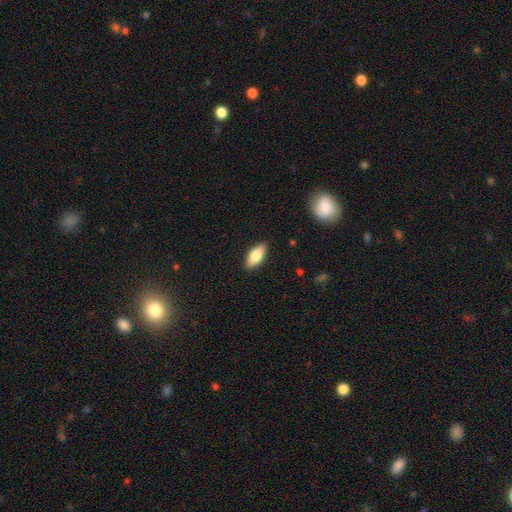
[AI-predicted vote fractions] smooth 79%, featured or disk 15%, star or artifact 7%. Down the decision tree: how rounded — in between (85%); merging — none (88%).